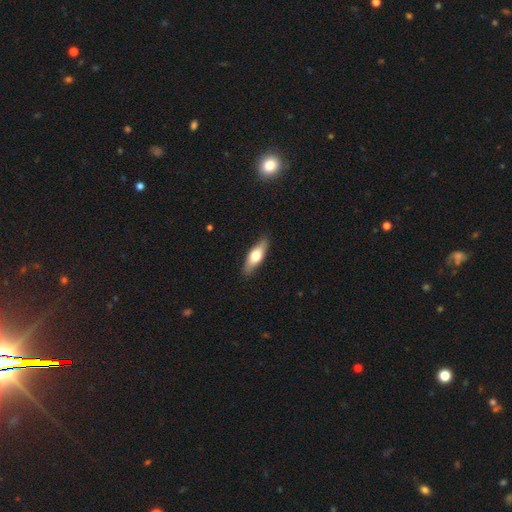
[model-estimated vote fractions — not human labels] smooth-or-featured: smooth: 57% | featured or disk: 37% | star or artifact: 6%
  how-rounded: in between: 56% | cigar-shaped: 41% | round: 3%
  merging: none: 87% | minor disturbance: 10% | major disturbance: 2% | merger: 1%